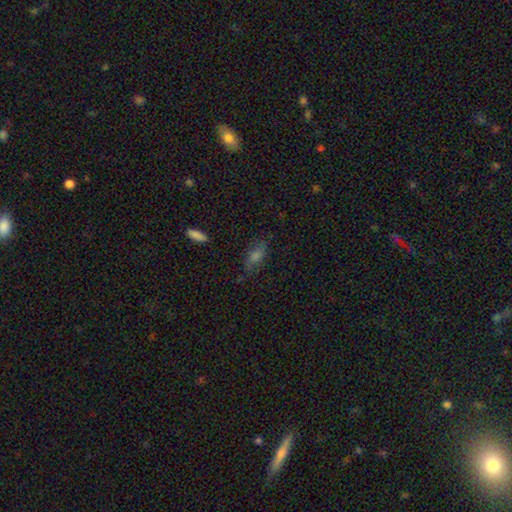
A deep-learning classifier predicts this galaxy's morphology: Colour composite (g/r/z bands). It shows a smooth galaxy with no disk features (54%) that is in between round and cigar-shaped (69%). Merging: none (69%).